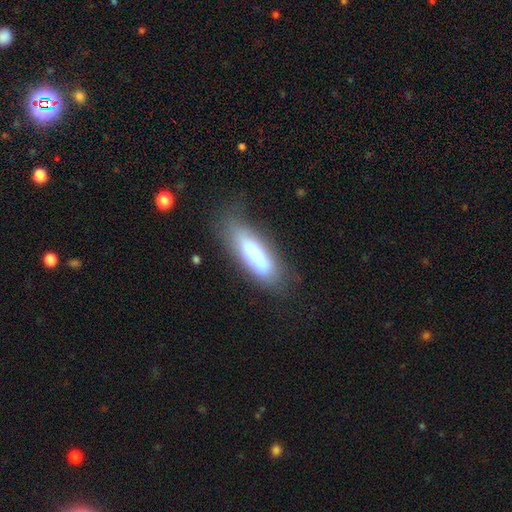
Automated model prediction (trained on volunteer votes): Smooth or featured?
  - smooth: 66% *
  - featured or disk: 26%
  - star or artifact: 8%
How rounded?
  - in between: 49% * (tied)
  - cigar-shaped: 49% * (tied)
  - round: 2%
Merging?
  - none: 68% *
  - minor disturbance: 19%
  - major disturbance: 10%
  - merger: 2%